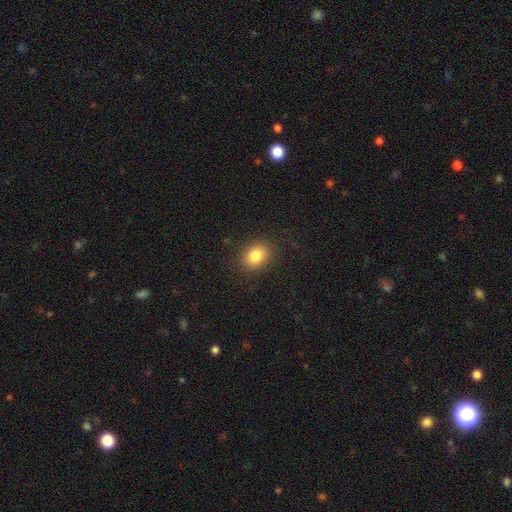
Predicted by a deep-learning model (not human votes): This is clearly a smooth galaxy (85%). How rounded: possibly in between (58%). Merging: clearly none (86%).